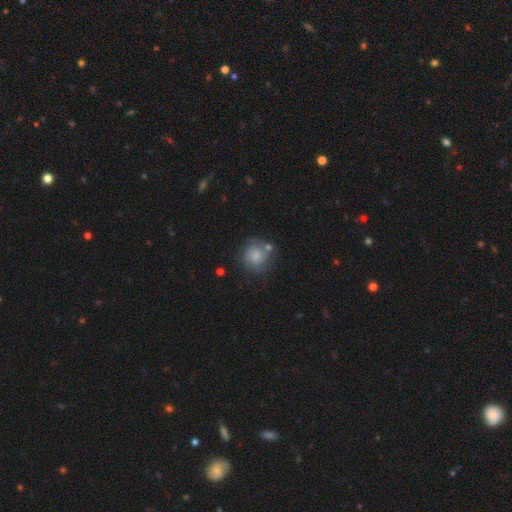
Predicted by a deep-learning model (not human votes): Smooth or featured? Predicted: smooth (p=0.56). How rounded? Predicted: round (p=0.87). Merging? Predicted: none (p=0.62).